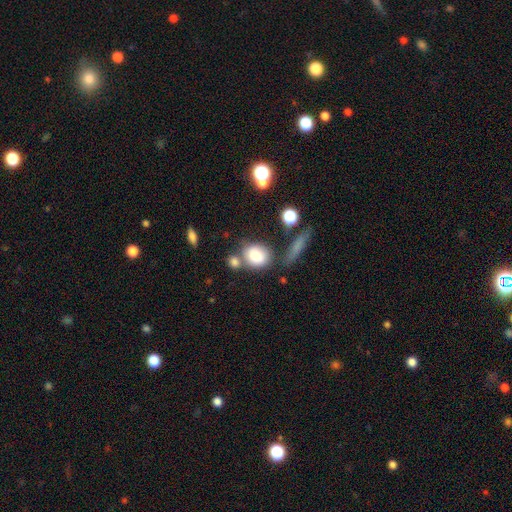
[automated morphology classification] Q: Smooth or featured?
A: smooth (81%); runner-up: featured or disk (10%)
Q: How rounded?
A: round (55%); runner-up: in between (43%)
Q: Merging?
A: none (51%); runner-up: merger (27%)